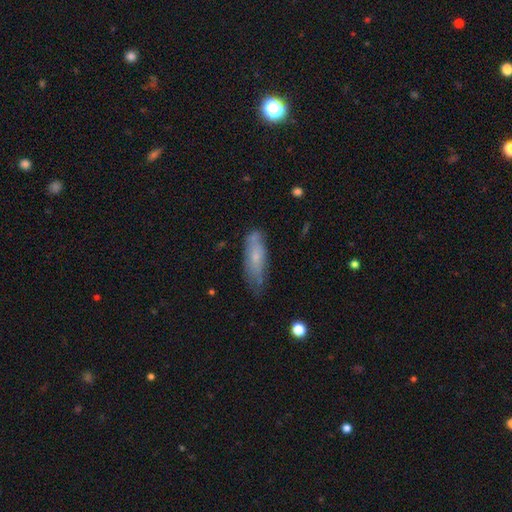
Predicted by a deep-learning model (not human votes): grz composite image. It shows a smooth galaxy with no disk features (58%) that is in between round and cigar-shaped (54%). Merging: none (60%).